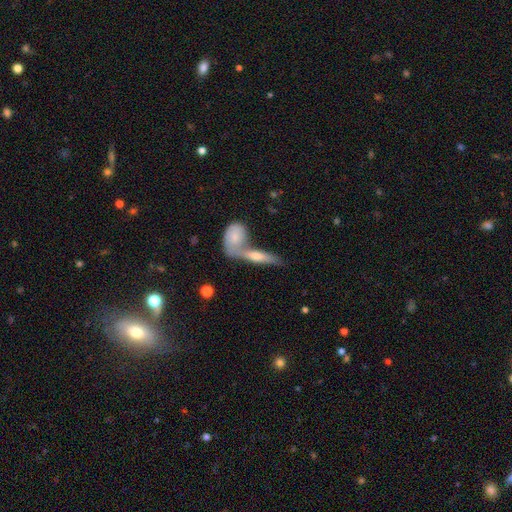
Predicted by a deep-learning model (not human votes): smooth-or-featured: smooth: 46% | featured or disk: 45% | star or artifact: 8%
  merging: merger: 48% | none: 39% | minor disturbance: 9% | major disturbance: 4%